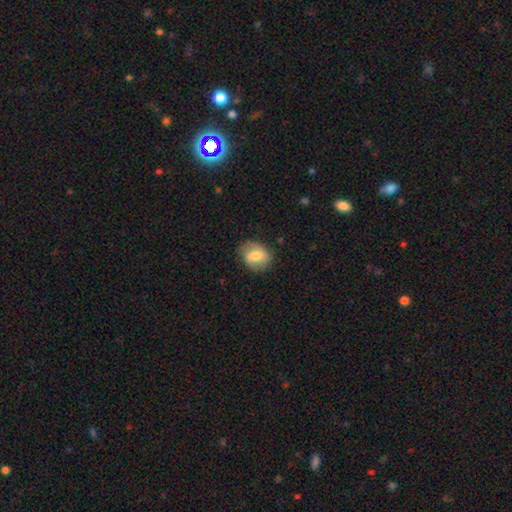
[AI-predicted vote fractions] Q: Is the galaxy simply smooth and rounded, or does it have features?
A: smooth — 67%.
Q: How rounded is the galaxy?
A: in between — 52%.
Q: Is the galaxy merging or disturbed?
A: none — 77%.